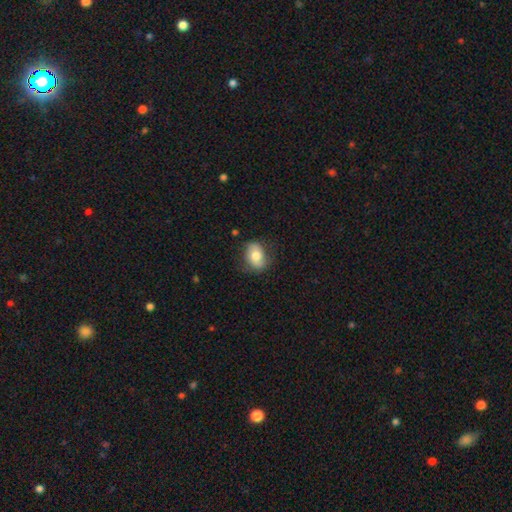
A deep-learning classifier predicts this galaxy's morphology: This appears to be a smooth galaxy with no disk features (68%) that is in between round and cigar-shaped (70%). Merging: none (73%).